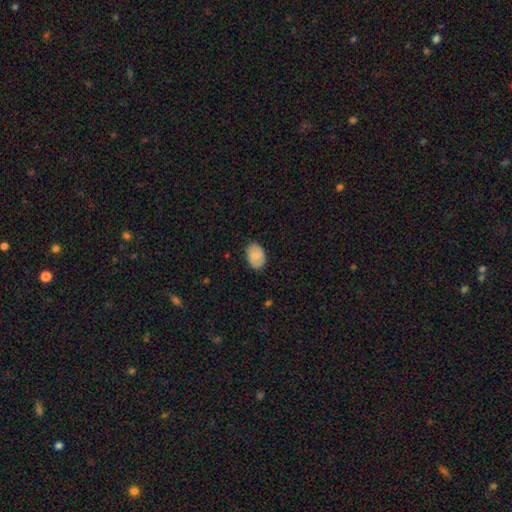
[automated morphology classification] This appears to be a smooth galaxy with no disk features (76%) that is in between round and cigar-shaped (83%). Merging: none (84%).